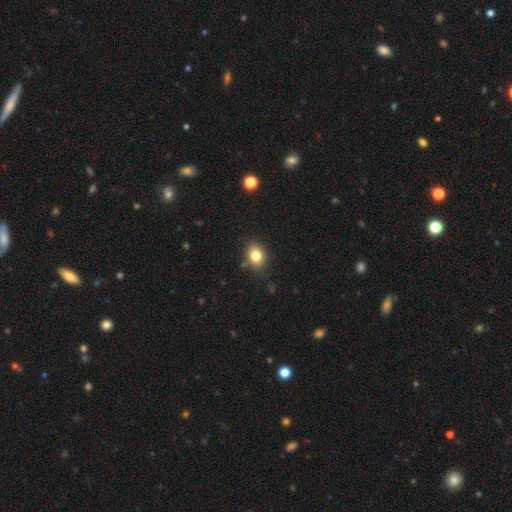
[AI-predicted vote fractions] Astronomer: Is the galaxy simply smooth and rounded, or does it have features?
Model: smooth — 81%.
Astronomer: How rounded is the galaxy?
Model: in between — 52% (runner-up: round, 47%).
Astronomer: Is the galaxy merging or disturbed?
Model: none — 84%.